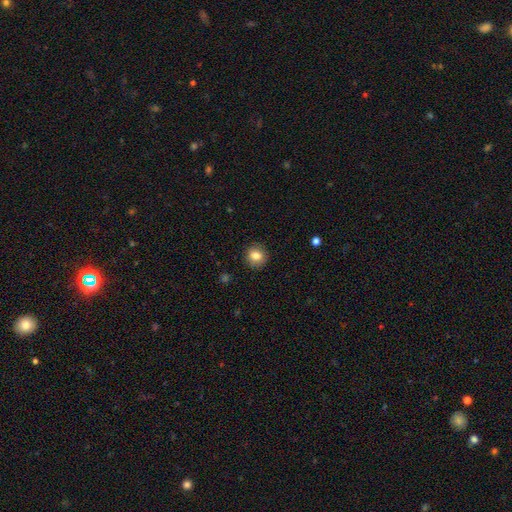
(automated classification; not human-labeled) A smooth galaxy with no disk features (82%) that is round (87%).

Vote fractions:
- Smooth or featured? smooth: 82% / star or artifact: 9% / featured or disk: 8%
- How rounded? round: 87% / in between: 12% / cigar-shaped: 1%
- Merging? none: 89% / minor disturbance: 8% / major disturbance: 2% / merger: 1%